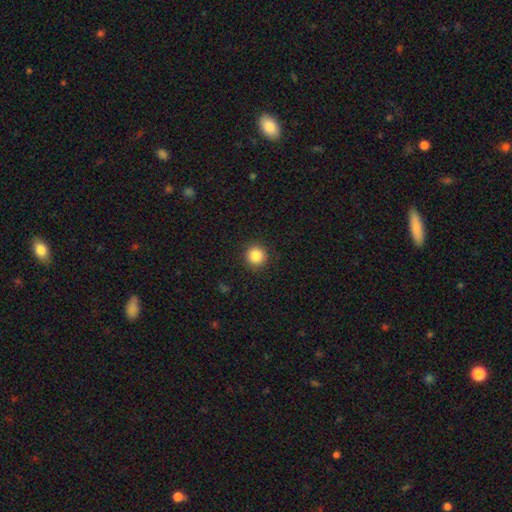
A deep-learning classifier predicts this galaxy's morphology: smooth-or-featured: smooth: 86% | star or artifact: 10% | featured or disk: 4%
  how-rounded: round: 94% | in between: 5% | cigar-shaped: 1%
  merging: none: 91% | minor disturbance: 6% | major disturbance: 2% | merger: 1%